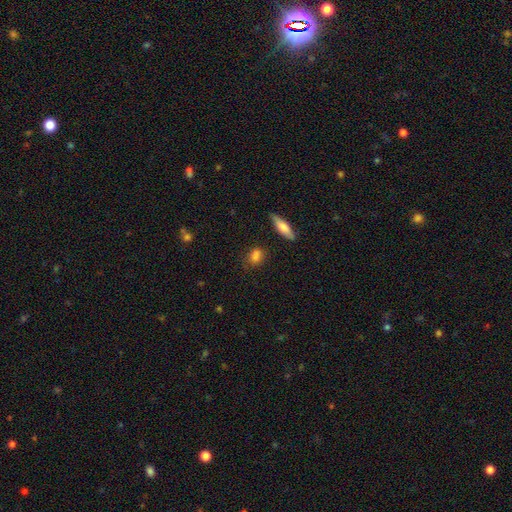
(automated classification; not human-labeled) This is clearly a smooth galaxy (81%). How rounded: likely in between (62%). Merging: likely none (71%).